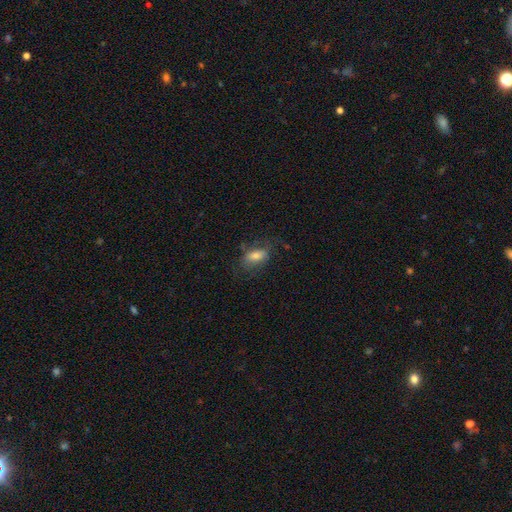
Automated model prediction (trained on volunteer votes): A smooth galaxy with no disk features (67%) that is in between round and cigar-shaped (83%).

Vote fractions:
- Smooth or featured? smooth: 67% / featured or disk: 23% / star or artifact: 9%
- How rounded? in between: 83% / cigar-shaped: 10% / round: 7%
- Merging? none: 63% / minor disturbance: 22% / major disturbance: 13% / merger: 2%